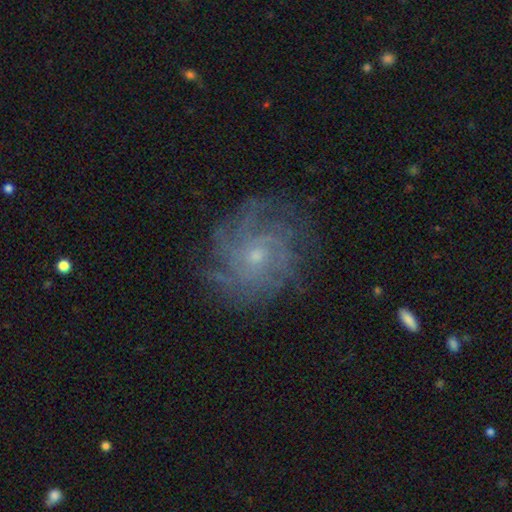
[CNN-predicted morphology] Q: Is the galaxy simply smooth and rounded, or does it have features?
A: featured or disk — 81%.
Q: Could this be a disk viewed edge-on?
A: no — 97%.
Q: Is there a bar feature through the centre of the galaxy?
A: no — 77%.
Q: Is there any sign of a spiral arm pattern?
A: yes — 94%.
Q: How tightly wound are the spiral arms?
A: tight — 61%.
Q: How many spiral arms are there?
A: can't tell — 32%.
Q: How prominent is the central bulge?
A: small — 73%.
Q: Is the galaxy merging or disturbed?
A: none — 77%.